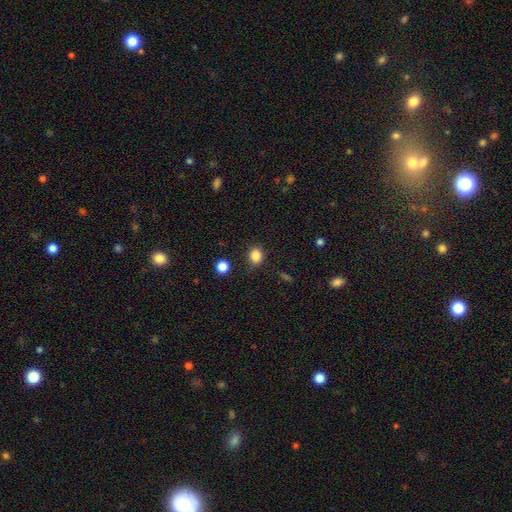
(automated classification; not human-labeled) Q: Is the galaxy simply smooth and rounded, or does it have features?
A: smooth — 85%.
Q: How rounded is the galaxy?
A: round — 59%.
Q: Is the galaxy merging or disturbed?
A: none — 80%.